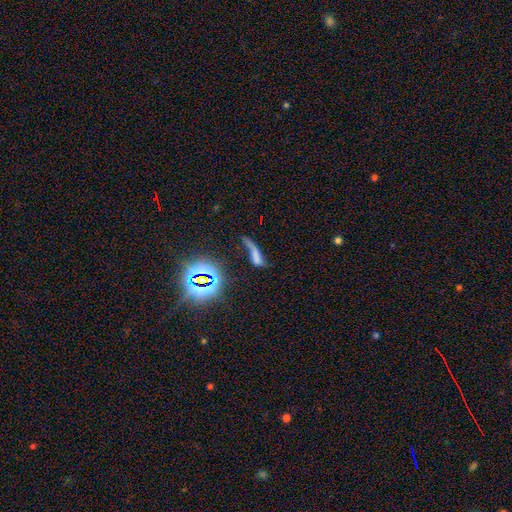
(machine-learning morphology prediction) smooth-or-featured: smooth: 43% | featured or disk: 32% | star or artifact: 25%
  merging: major disturbance: 34% | none: 29% | minor disturbance: 20% | merger: 17%